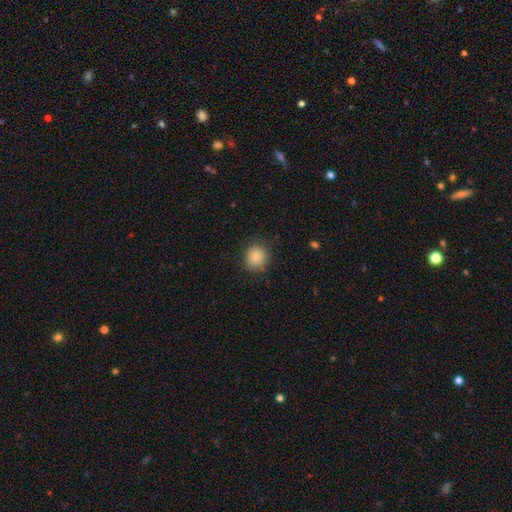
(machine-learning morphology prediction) The model was most divided on "smooth or featured": smooth: 80%, star or artifact: 11%, featured or disk: 9%. More confident: how rounded — round (90%); merging — none (86%).